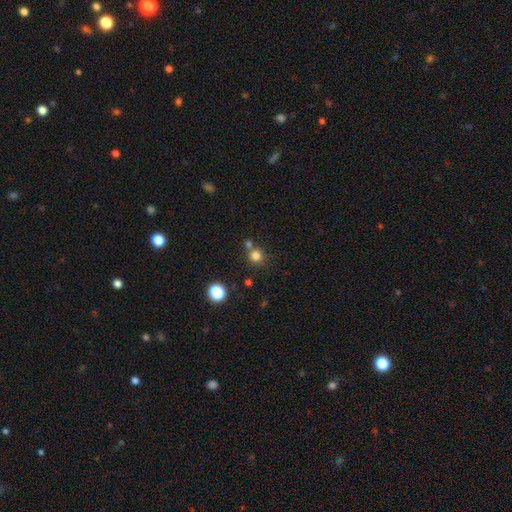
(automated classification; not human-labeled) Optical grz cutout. It shows a smooth galaxy with no disk features (79%) that is round (92%). Merging: none (65%).